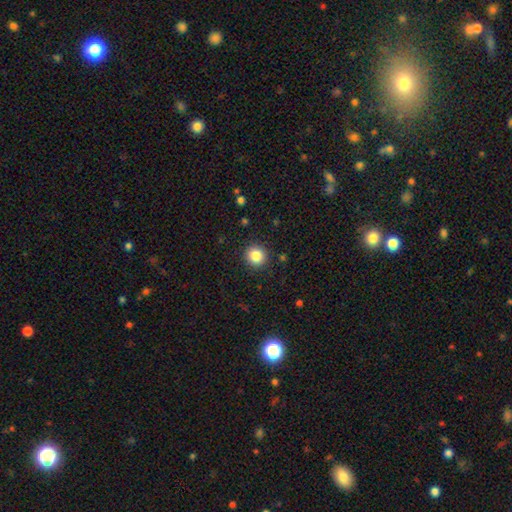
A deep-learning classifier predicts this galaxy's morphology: A smooth galaxy with no disk features (85%) that is round (93%).

Vote fractions:
- Smooth or featured? smooth: 85% / star or artifact: 10% / featured or disk: 5%
- How rounded? round: 93% / in between: 7% / cigar-shaped: 1%
- Merging? none: 91% / minor disturbance: 6% / major disturbance: 2% / merger: 1%